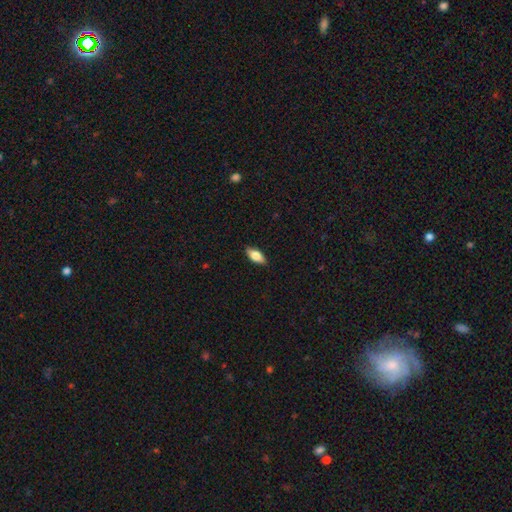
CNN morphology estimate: Smooth or featured?
  - smooth: 75% *
  - featured or disk: 19%
  - star or artifact: 7%
How rounded?
  - in between: 84% *
  - cigar-shaped: 13%
  - round: 3%
Merging?
  - none: 87% *
  - minor disturbance: 10%
  - major disturbance: 2%
  - merger: 1%